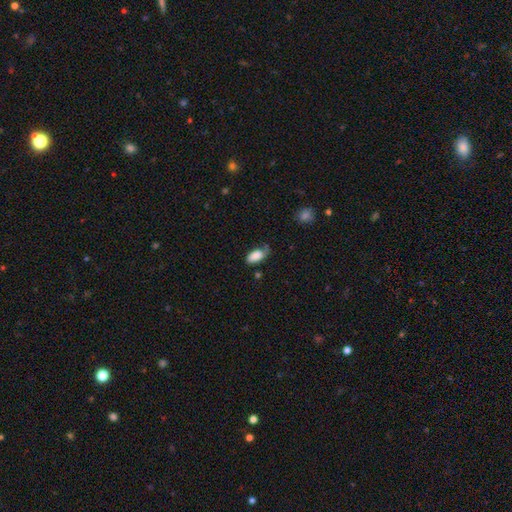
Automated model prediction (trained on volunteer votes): Smooth or featured? Predicted: smooth (p=0.81). How rounded? Predicted: in between (p=0.93). Merging? Predicted: none (p=0.47).